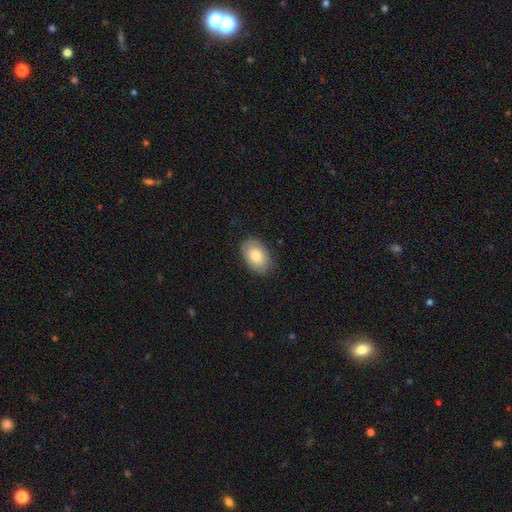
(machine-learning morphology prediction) This is likely a smooth galaxy (78%). How rounded: clearly in between (88%). Merging: clearly none (84%).